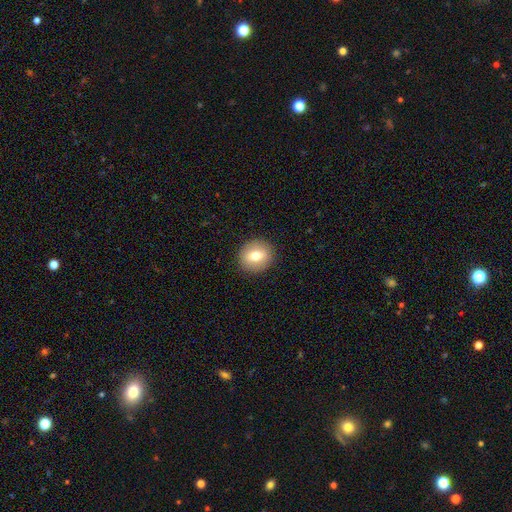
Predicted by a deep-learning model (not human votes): A smooth galaxy with no disk features (67%) that is round (81%). Merging: none (90%).